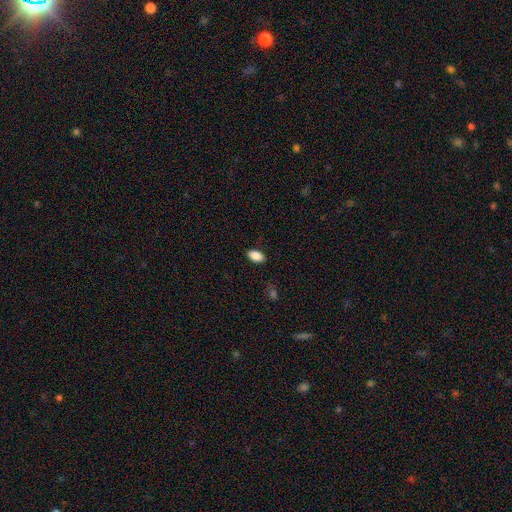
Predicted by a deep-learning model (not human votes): smooth-or-featured: smooth: 88% | star or artifact: 8% | featured or disk: 4%
  how-rounded: in between: 92% | round: 5% | cigar-shaped: 3%
  merging: none: 86% | minor disturbance: 10% | major disturbance: 2% | merger: 1%